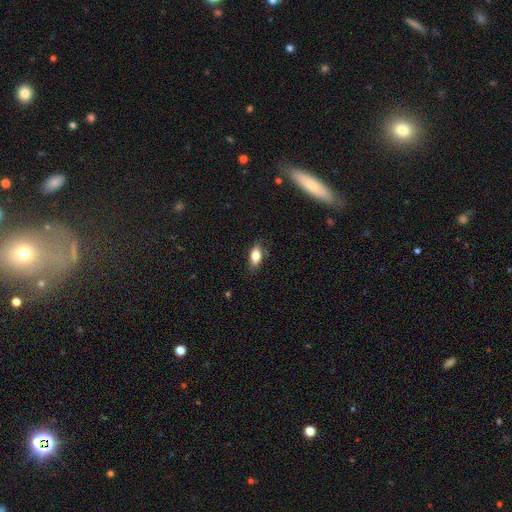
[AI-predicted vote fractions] This is likely a smooth galaxy (80%). How rounded: clearly in between (86%). Merging: likely none (80%).